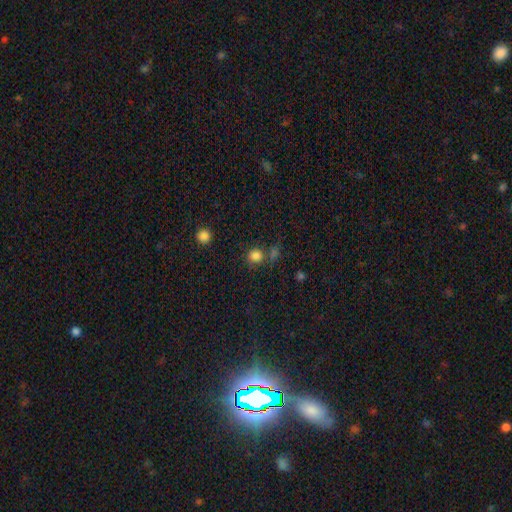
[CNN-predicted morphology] Smooth or featured? Predicted: smooth (p=0.81). How rounded? Predicted: round (p=0.85). Merging? Predicted: none (p=0.66).